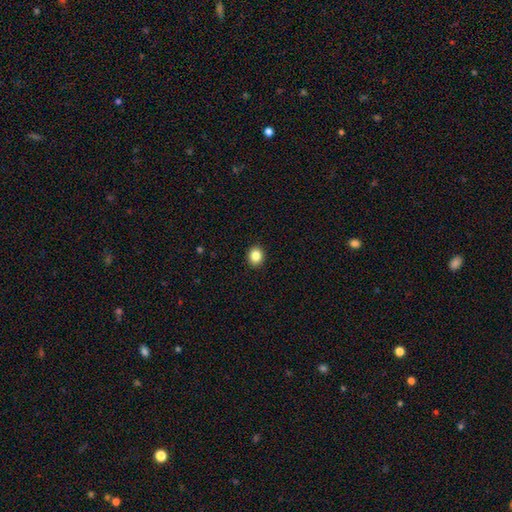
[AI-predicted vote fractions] This appears to be a smooth galaxy with no disk features (85%) that is round (71%). Merging: none (92%).